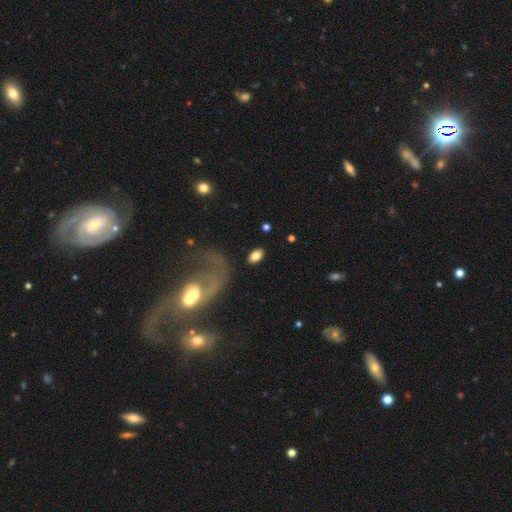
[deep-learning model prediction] Morphology: type=smooth (78%); roundness=in between (89%); merging=none (83%).